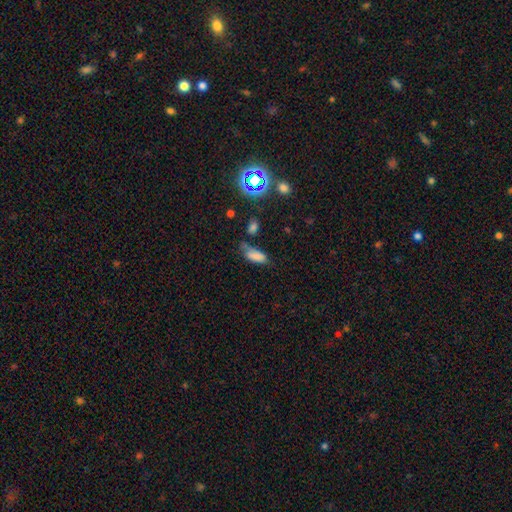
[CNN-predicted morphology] smooth_or_featured: smooth (p=0.76) [alt: star or artifact p=0.14]
how_rounded: in between (p=0.76) [alt: cigar-shaped p=0.21]
merging: none (p=0.42) [alt: minor disturbance p=0.32]